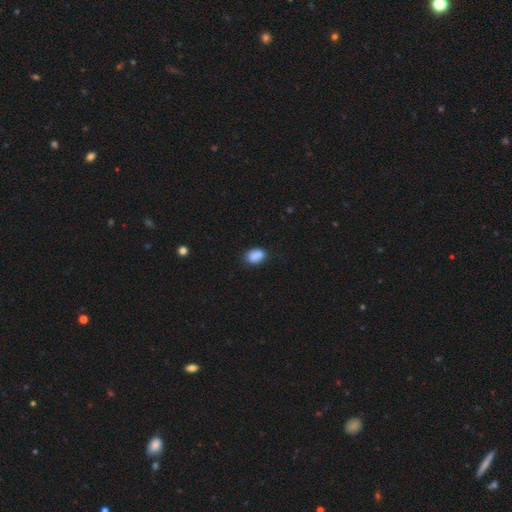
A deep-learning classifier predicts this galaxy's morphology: Smooth or featured: smooth — 87% (star or artifact — 9%)
How rounded: in between — 79% (round — 20%)
Merging: none — 74% (minor disturbance — 20%)